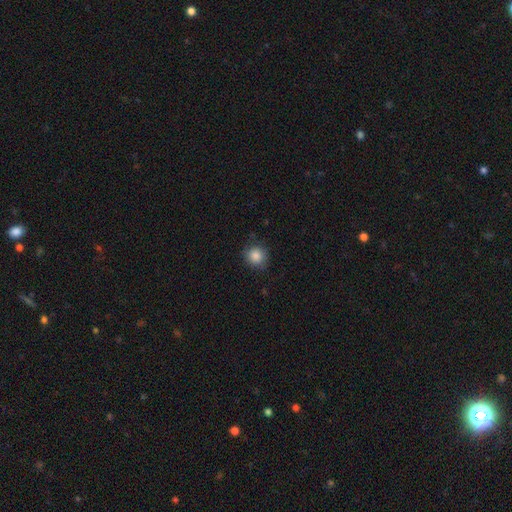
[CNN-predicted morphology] smooth 86%, star or artifact 10%, featured or disk 4%. Down the decision tree: how rounded — round (88%); merging — none (83%).